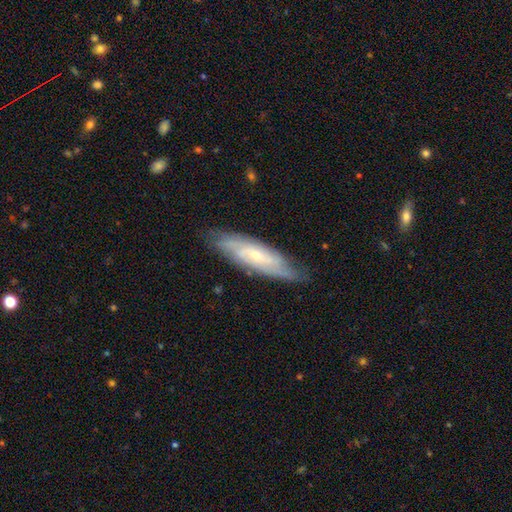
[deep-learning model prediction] A featured or disk galaxy (73%) with no bar (59%), spiral arms (89%) and a small central bulge (66%). Merging: none (78%).